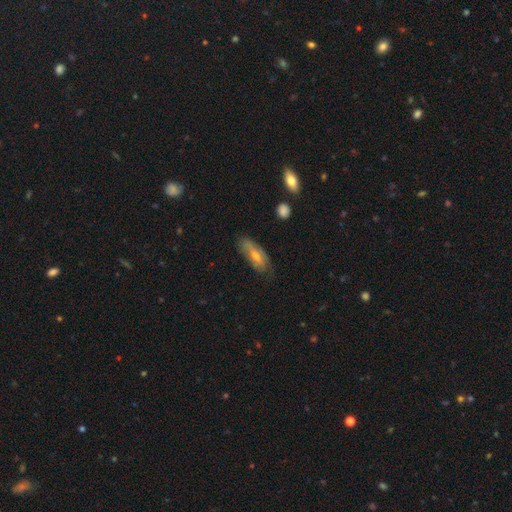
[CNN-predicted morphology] type=smooth (52%); roundness=in between (72%); merging=none (64%).